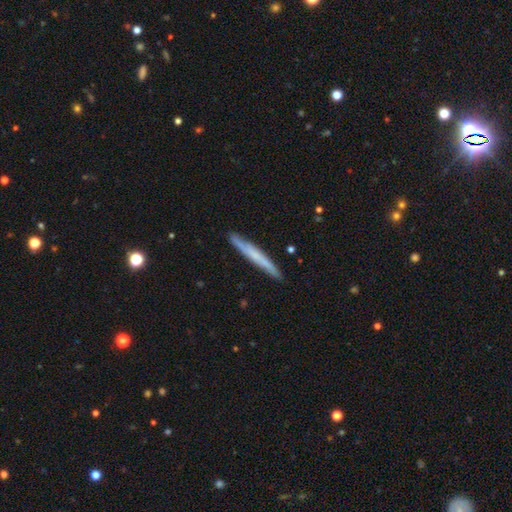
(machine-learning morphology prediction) Smooth or featured? Predicted: smooth (p=0.47, tied with featured or disk). Merging? Predicted: none (p=0.88).